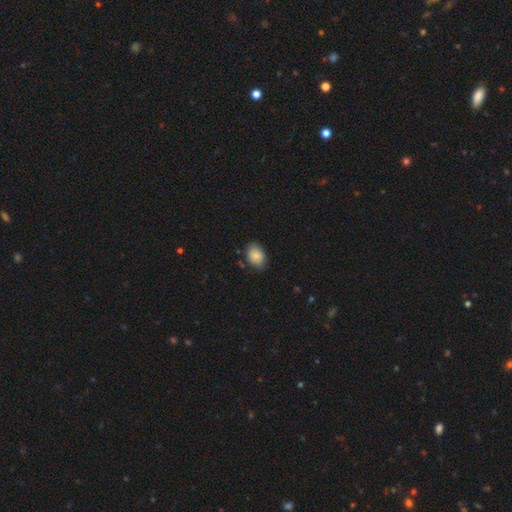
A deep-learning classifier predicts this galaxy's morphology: Smooth or featured: smooth — 86% (star or artifact — 7%)
How rounded: in between — 80% (round — 19%)
Merging: none — 77% (minor disturbance — 18%)